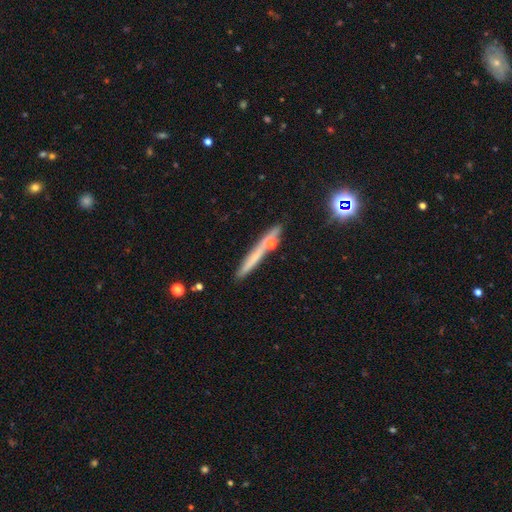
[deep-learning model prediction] A smooth galaxy with no disk features (46%).

Vote fractions:
- Smooth or featured? smooth: 46% / featured or disk: 43% / star or artifact: 12%
- Merging? none: 77% / minor disturbance: 12% / merger: 9% / major disturbance: 3%